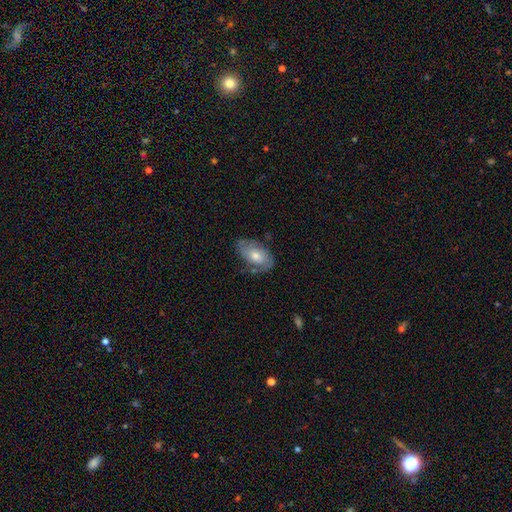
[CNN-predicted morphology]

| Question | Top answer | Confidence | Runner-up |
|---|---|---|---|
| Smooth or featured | featured or disk | 51% | smooth (41%) |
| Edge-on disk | no | 92% | yes (8%) |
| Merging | none | 65% | minor disturbance (24%) |